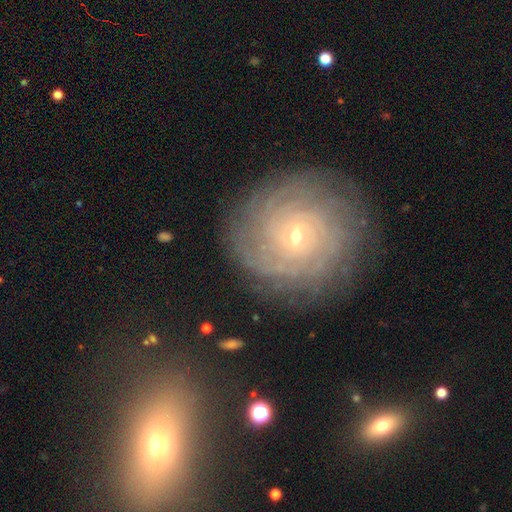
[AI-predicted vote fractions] featured or disk 74%, smooth 15%, star or artifact 11%. Down the decision tree: edge-on disk — no (96%); bar — no (71%); spiral arms — yes (94%); spiral arm count — can't tell (40%); spiral winding — tight (80%); bulge size — small (77%); merging — none (82%).